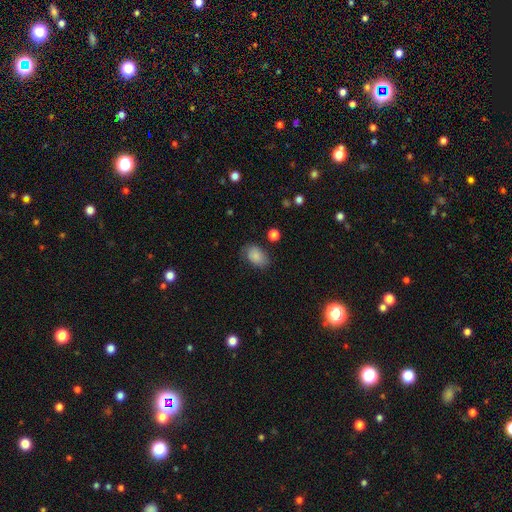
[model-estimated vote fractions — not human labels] Q: Smooth or featured?
A: smooth (84%); runner-up: star or artifact (8%)
Q: How rounded?
A: in between (87%); runner-up: round (12%)
Q: Merging?
A: none (72%); runner-up: minor disturbance (21%)